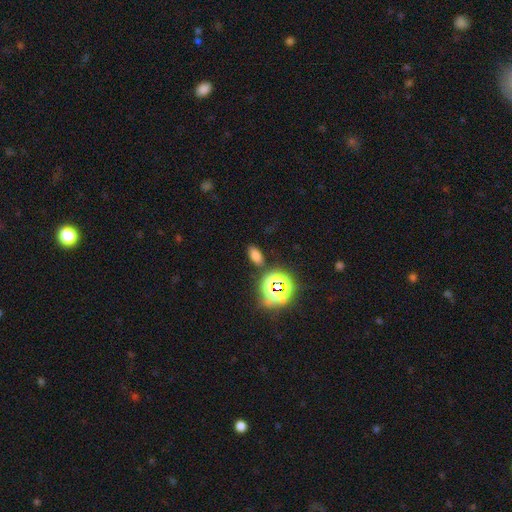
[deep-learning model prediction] smooth_or_featured: smooth (p=0.63) [alt: star or artifact p=0.30]
how_rounded: in between (p=0.88) [alt: round p=0.08]
merging: none (p=0.84) [alt: minor disturbance p=0.09]